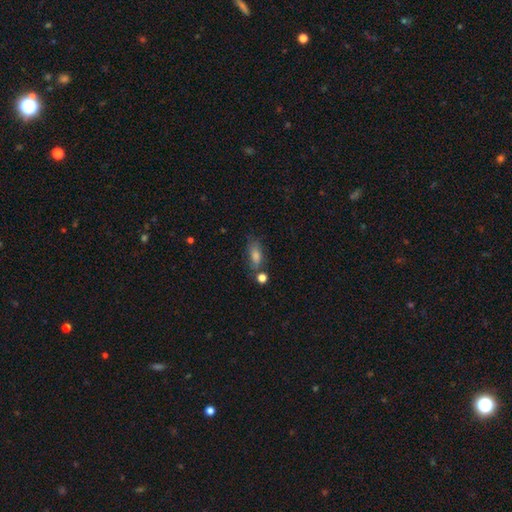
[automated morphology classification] Q: Smooth or featured?
A: smooth (67%); runner-up: star or artifact (17%)
Q: How rounded?
A: in between (73%); runner-up: cigar-shaped (19%)
Q: Merging?
A: none (64%); runner-up: minor disturbance (17%)